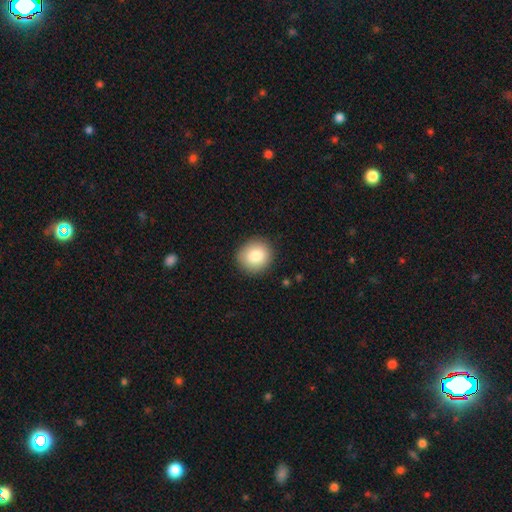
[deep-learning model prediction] Smooth or featured?
  - smooth: 85% *
  - star or artifact: 8%
  - featured or disk: 7%
How rounded?
  - round: 85% *
  - in between: 14%
  - cigar-shaped: 1%
Merging?
  - none: 89% *
  - minor disturbance: 8%
  - major disturbance: 2%
  - merger: 1%